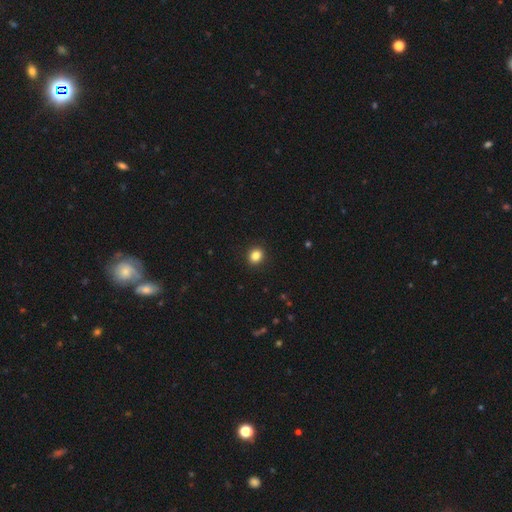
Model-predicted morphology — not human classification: smooth_or_featured: smooth (p=0.85) [alt: star or artifact p=0.11]
how_rounded: round (p=0.71) [alt: in between p=0.28]
merging: none (p=0.92) [alt: minor disturbance p=0.05]